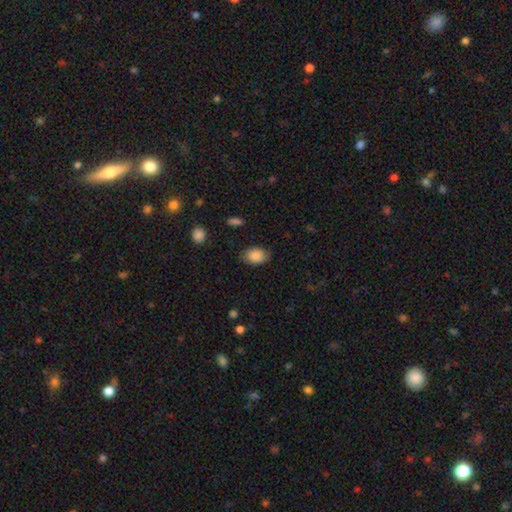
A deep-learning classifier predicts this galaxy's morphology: Q: Smooth or featured?
A: smooth (85%); runner-up: star or artifact (7%)
Q: How rounded?
A: in between (82%); runner-up: round (17%)
Q: Merging?
A: none (77%); runner-up: minor disturbance (18%)